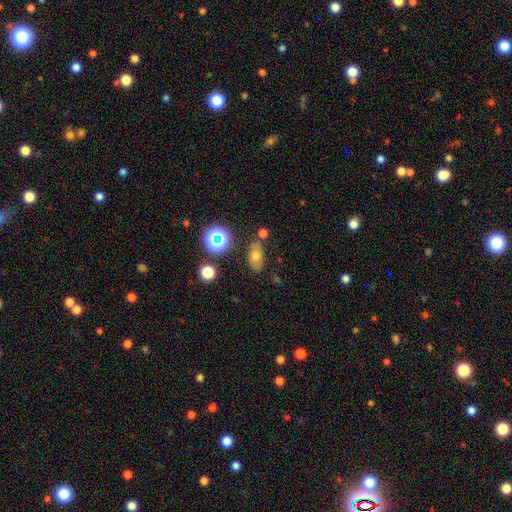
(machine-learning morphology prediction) This appears to be a smooth galaxy with no disk features (62%) that is in between round and cigar-shaped (83%). Merging: none (72%).